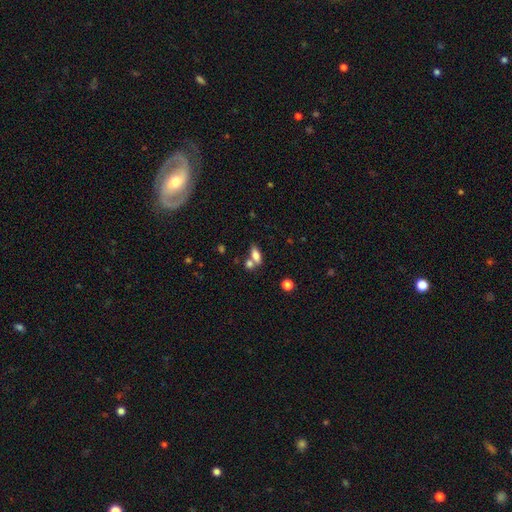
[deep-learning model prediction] Overall: smooth (75%). How rounded: in between (78%). Merging: none (47%; merger 38%).